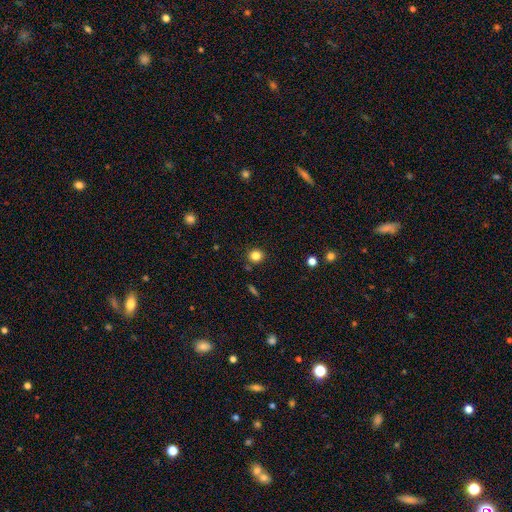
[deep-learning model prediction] smooth-or-featured: smooth: 82% | star or artifact: 13% | featured or disk: 5%
  how-rounded: round: 86% | in between: 13% | cigar-shaped: 1%
  merging: none: 86% | minor disturbance: 8% | merger: 3% | major disturbance: 2%